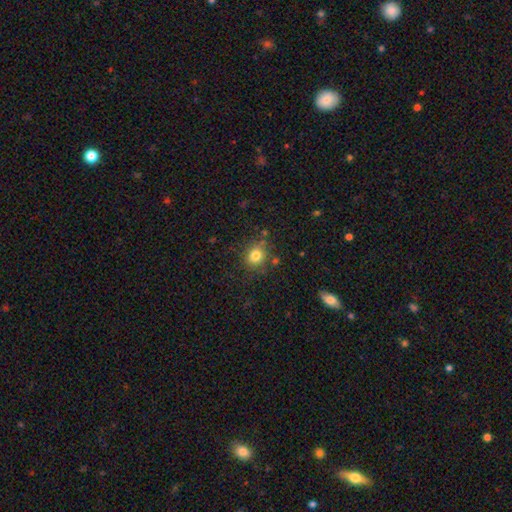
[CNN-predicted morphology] Smooth or featured? smooth (80%)
How rounded? round (80%)
Merging? none (78%)